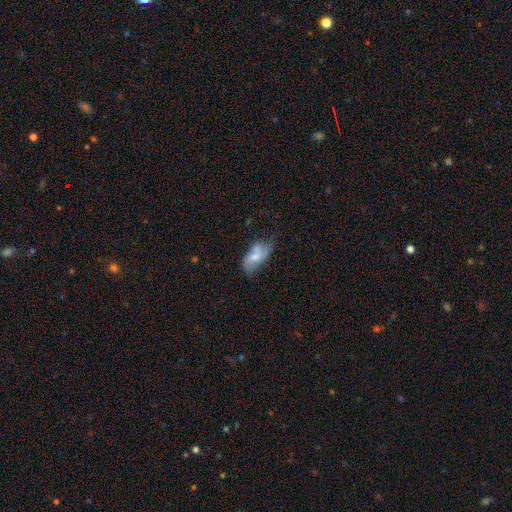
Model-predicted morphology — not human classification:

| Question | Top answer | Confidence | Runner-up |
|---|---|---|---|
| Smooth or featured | smooth | 49% | featured or disk (43%) |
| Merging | none | 32% | minor disturbance (29%) |